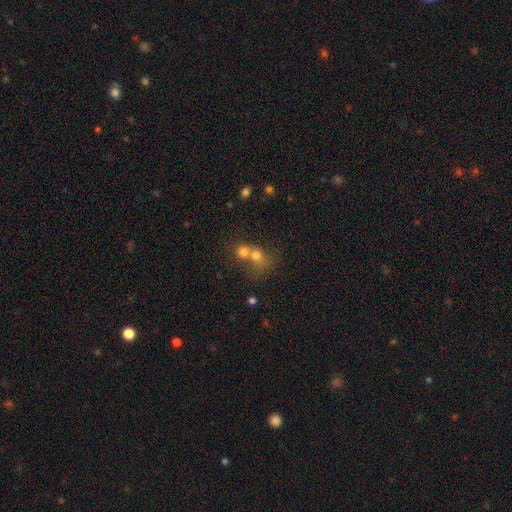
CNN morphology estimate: Smooth or featured: smooth — 63% (featured or disk — 19%)
How rounded: round — 71% (in between — 27%)
Merging: merger — 64% (none — 25%)